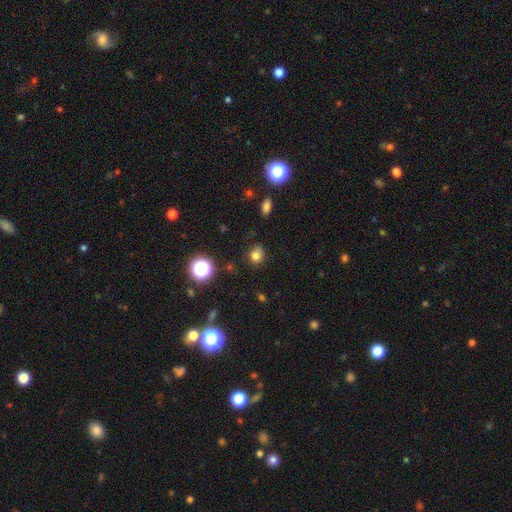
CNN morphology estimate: This appears to be a smooth galaxy with no disk features (77%) that is round (68%). Merging: none (69%).